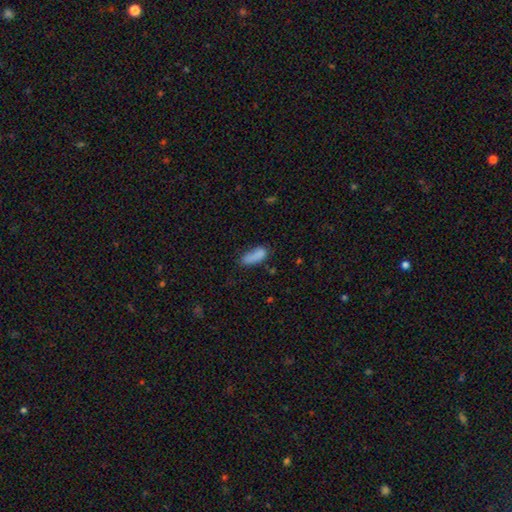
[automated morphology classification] Q: Smooth or featured?
A: smooth (83%); runner-up: star or artifact (9%)
Q: How rounded?
A: in between (68%); runner-up: cigar-shaped (29%)
Q: Merging?
A: none (55%); runner-up: minor disturbance (27%)